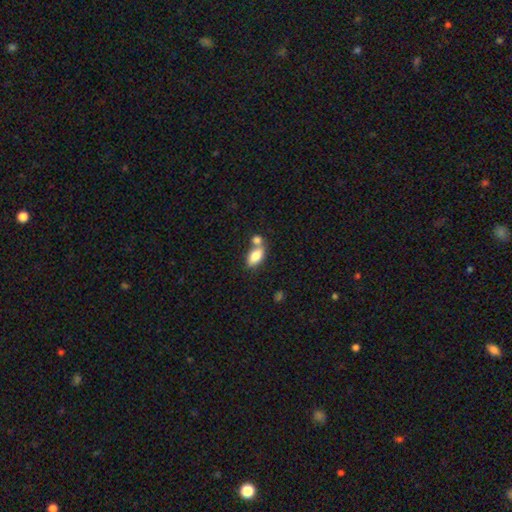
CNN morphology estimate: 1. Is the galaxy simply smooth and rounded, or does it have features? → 80% smooth, 13% featured or disk, 7% star or artifact.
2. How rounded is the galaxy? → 88% in between, 6% round, 5% cigar-shaped.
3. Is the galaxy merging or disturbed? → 44% merger, 41% none, 11% minor disturbance, 4% major disturbance.